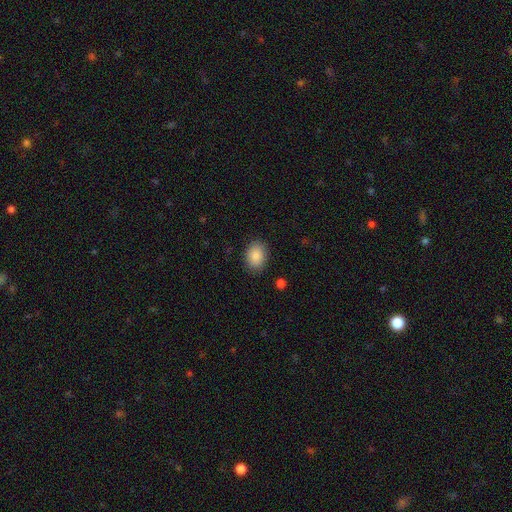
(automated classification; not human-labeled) smooth 87%, star or artifact 7%, featured or disk 5%. Down the decision tree: how rounded — in between (73%); merging — none (86%).